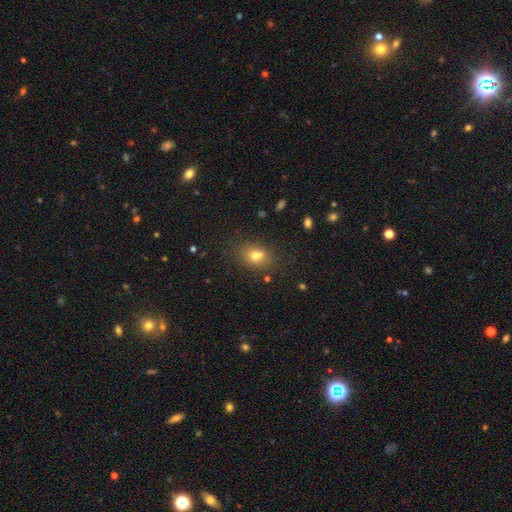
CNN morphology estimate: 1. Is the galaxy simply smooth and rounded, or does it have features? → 72% smooth, 15% star or artifact, 13% featured or disk.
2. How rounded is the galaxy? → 57% in between, 42% round, 1% cigar-shaped.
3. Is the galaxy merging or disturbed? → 69% none, 14% minor disturbance, 12% merger, 5% major disturbance.